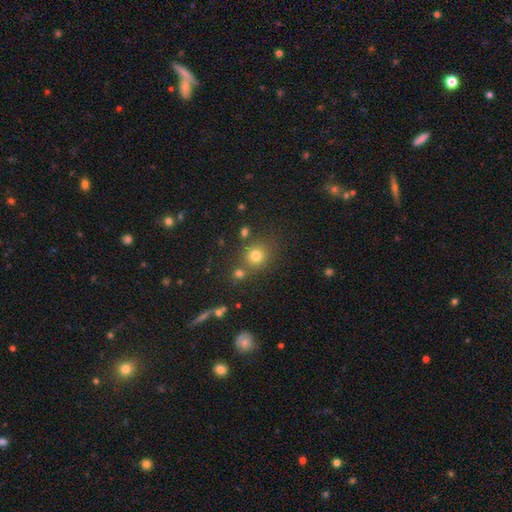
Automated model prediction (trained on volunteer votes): Overall: smooth (76%). How rounded: round (85%). Merging: none (71%).